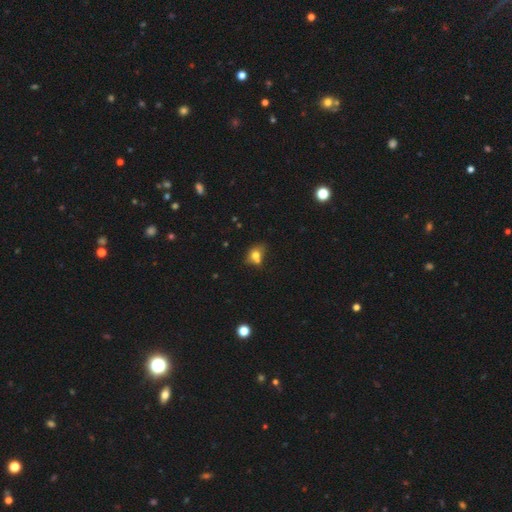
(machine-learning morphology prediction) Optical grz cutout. It shows a smooth galaxy with no disk features (73%) that is round (51%). Merging: none (45%).